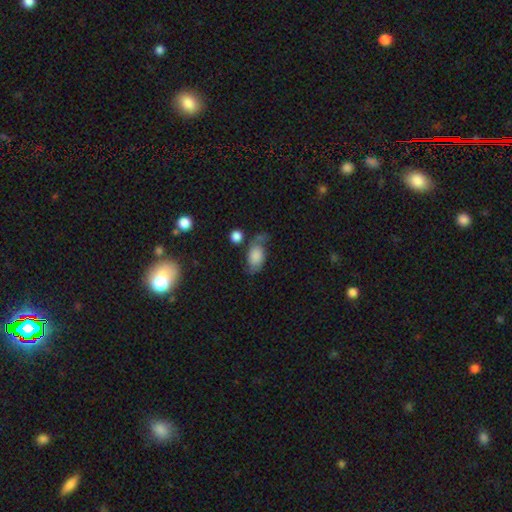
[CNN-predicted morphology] The model was most divided on "merging": none: 44%, minor disturbance: 28%, major disturbance: 18%, merger: 10%. More confident: how rounded — in between (86%); smooth or featured — smooth (57%).